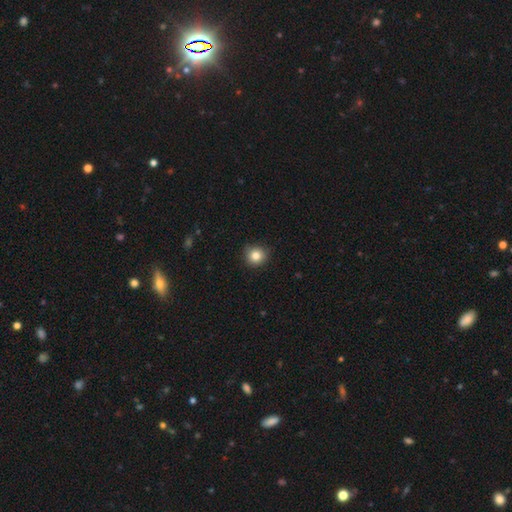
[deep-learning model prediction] This is clearly a smooth galaxy (83%). How rounded: clearly round (91%). Merging: clearly none (86%).